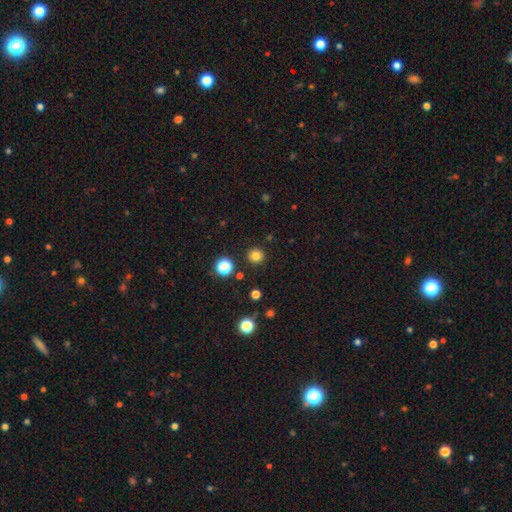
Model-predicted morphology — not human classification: Overall: smooth (80%). How rounded: round (95%). Merging: none (91%).